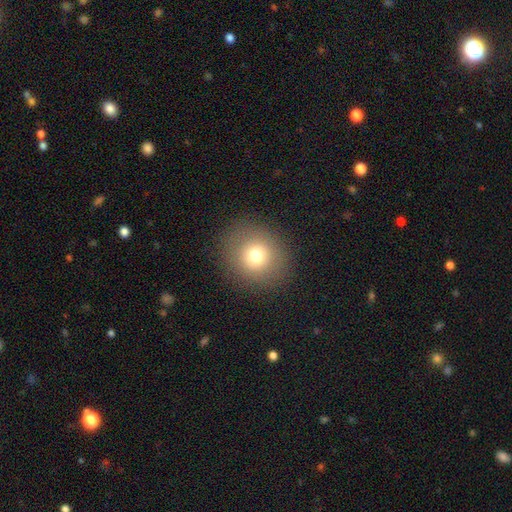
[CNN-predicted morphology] This is likely a smooth galaxy (74%). How rounded: clearly round (83%). Merging: clearly none (88%).